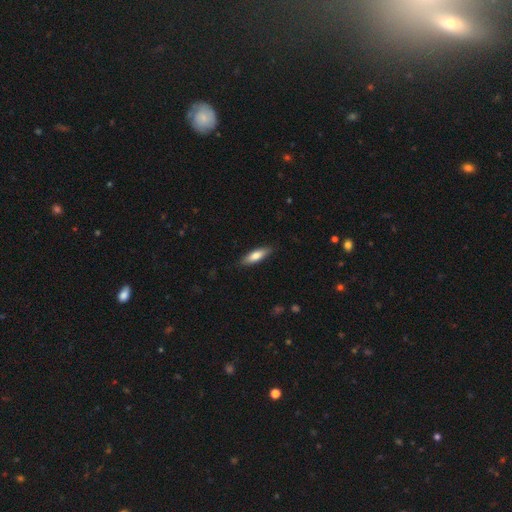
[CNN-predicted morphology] Smooth or featured? smooth (76%)
How rounded? cigar-shaped (52%)
Merging? none (86%)